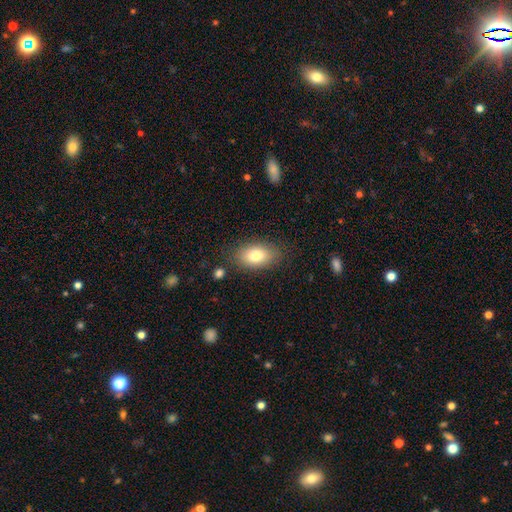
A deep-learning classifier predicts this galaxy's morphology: Q: Smooth or featured?
A: smooth (79%); runner-up: featured or disk (13%)
Q: How rounded?
A: in between (90%); runner-up: round (8%)
Q: Merging?
A: none (81%); runner-up: minor disturbance (12%)